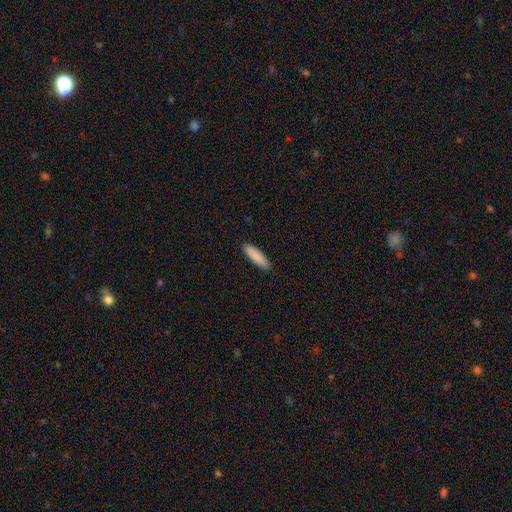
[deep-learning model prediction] A smooth galaxy with no disk features (89%) that is cigar-shaped (66%).

Vote fractions:
- Smooth or featured? smooth: 89% / featured or disk: 6% / star or artifact: 6%
- How rounded? cigar-shaped: 66% / in between: 33% / round: 1%
- Merging? none: 90% / minor disturbance: 7% / major disturbance: 1% / merger: 1%